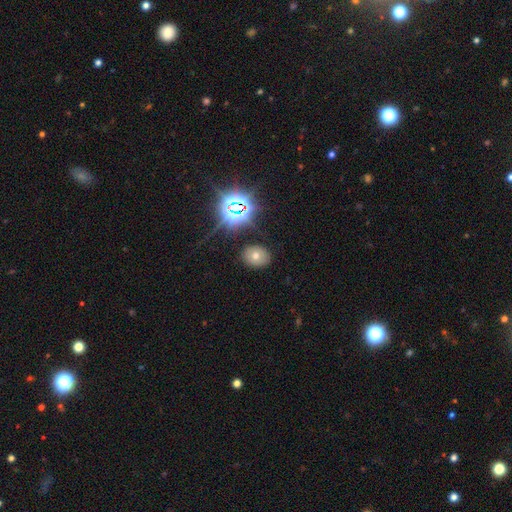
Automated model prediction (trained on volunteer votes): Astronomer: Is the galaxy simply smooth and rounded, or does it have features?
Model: smooth — 51% (runner-up: star or artifact, 33%).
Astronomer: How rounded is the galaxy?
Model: in between — 59% (runner-up: round, 40%).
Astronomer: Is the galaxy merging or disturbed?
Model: none — 85%.